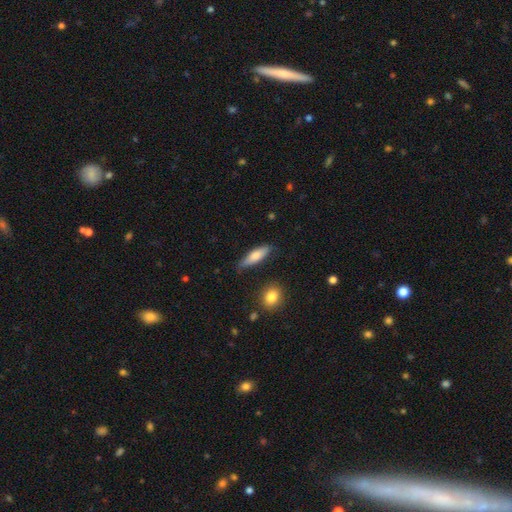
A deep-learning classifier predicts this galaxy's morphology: smooth 73%, featured or disk 21%, star or artifact 6%. Down the decision tree: how rounded — cigar-shaped (56%); merging — none (74%).